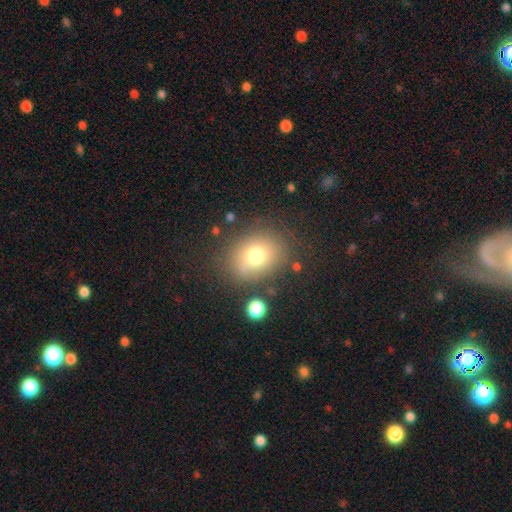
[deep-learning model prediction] Overall: smooth (72%). How rounded: round (55%; in between 44%). Merging: none (77%).